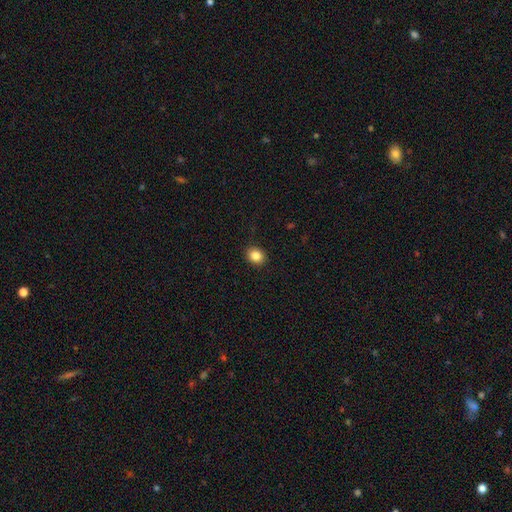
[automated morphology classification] This is clearly a smooth galaxy (85%). How rounded: likely round (65%). Merging: clearly none (90%).